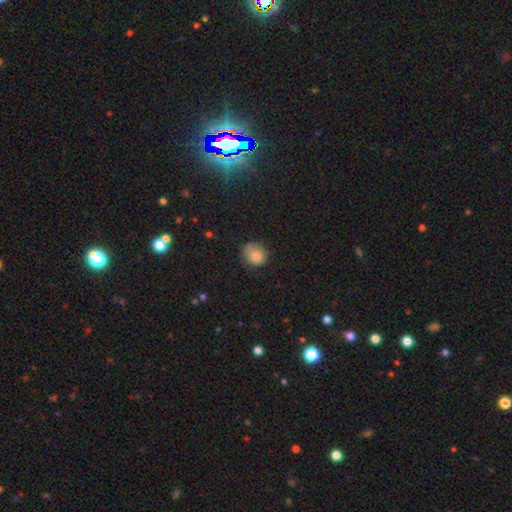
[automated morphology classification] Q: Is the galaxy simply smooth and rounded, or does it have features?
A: smooth — 81%.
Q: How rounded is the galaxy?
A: round — 78%.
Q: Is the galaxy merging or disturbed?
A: none — 65%.